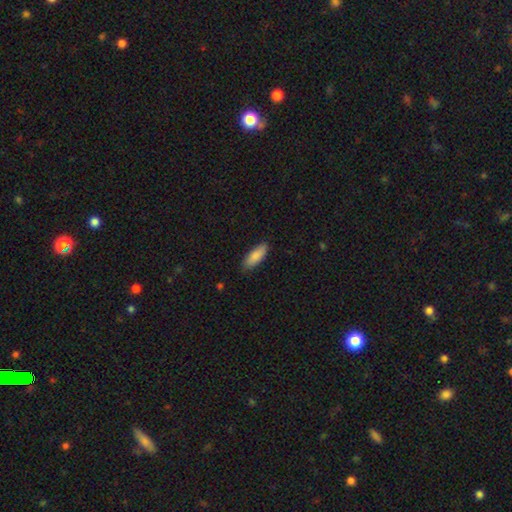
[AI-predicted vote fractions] Overall: smooth (86%). How rounded: in between (71%). Merging: none (84%).